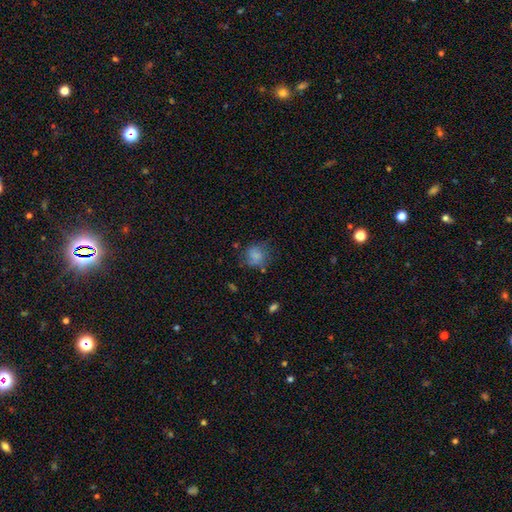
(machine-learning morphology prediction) type=smooth (69%); roundness=round (74%); merging=none (58%).